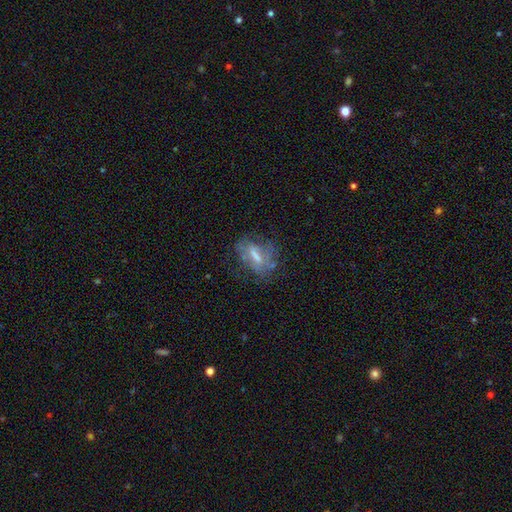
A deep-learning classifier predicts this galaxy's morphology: Smooth or featured?
  - featured or disk: 52% *
  - smooth: 37%
  - star or artifact: 12%
Edge-on disk?
  - no: 88% *
  - yes: 12%
Merging?
  - none: 50% *
  - minor disturbance: 24%
  - major disturbance: 22%
  - merger: 4%